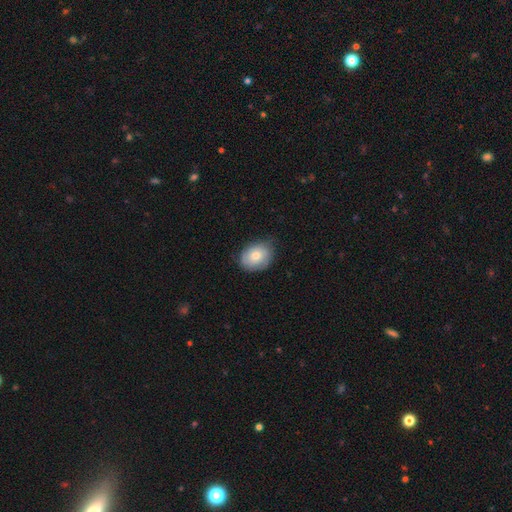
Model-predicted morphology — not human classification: Smooth or featured: smooth — 71% (featured or disk — 22%)
How rounded: in between — 61% (round — 38%)
Merging: none — 72% (minor disturbance — 23%)